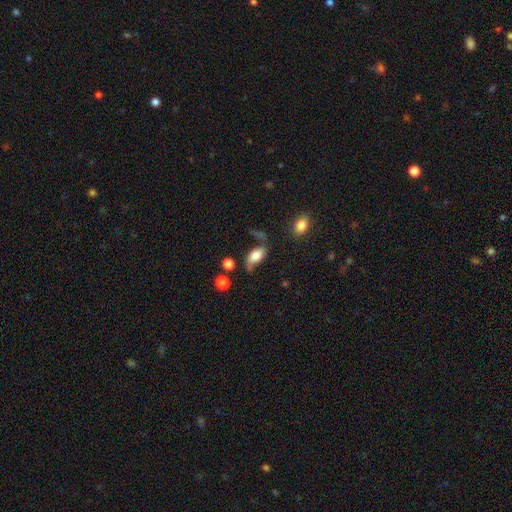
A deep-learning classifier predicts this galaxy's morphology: Q: Smooth or featured?
A: smooth (57%); runner-up: featured or disk (34%)
Q: How rounded?
A: in between (88%); runner-up: cigar-shaped (6%)
Q: Merging?
A: none (49%); runner-up: minor disturbance (28%)